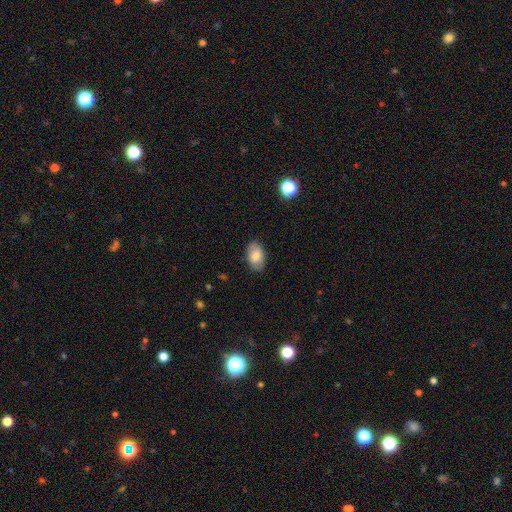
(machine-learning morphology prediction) This appears to be a smooth galaxy with no disk features (81%) that is in between round and cigar-shaped (92%). Merging: none (85%).